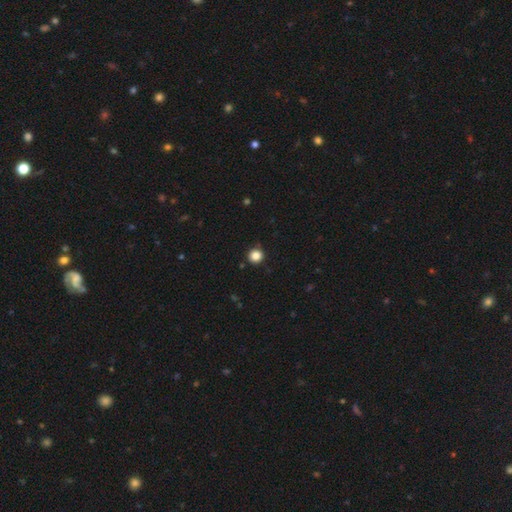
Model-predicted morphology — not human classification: type=smooth (85%); roundness=round (95%); merging=none (90%).